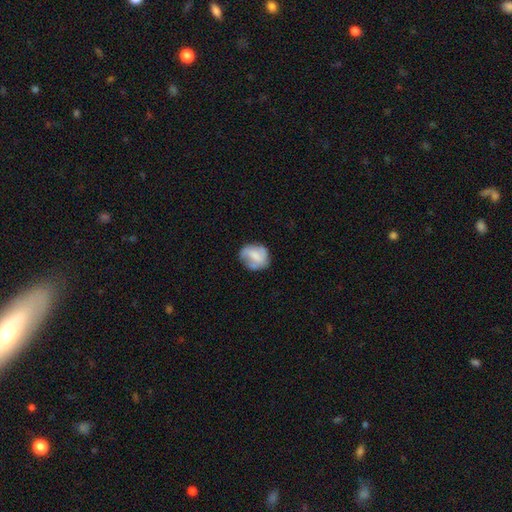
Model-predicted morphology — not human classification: A smooth galaxy with no disk features (48%). Merging: none (63%).